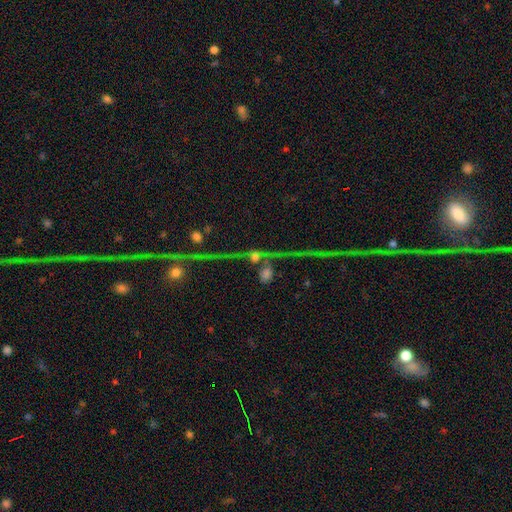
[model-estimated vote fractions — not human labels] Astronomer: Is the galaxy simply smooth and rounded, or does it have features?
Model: star or artifact — 75%.